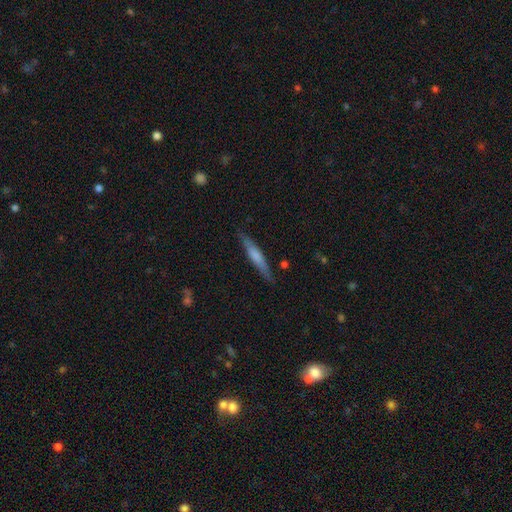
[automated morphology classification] This appears to be a smooth galaxy with no disk features (54%) that is cigar-shaped (92%). Merging: none (86%).